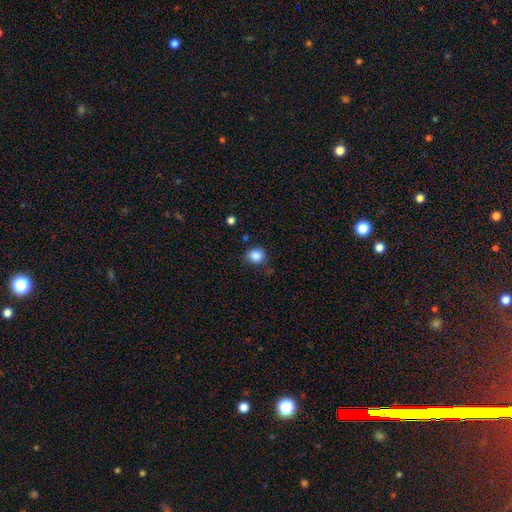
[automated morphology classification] A smooth galaxy with no disk features (86%) that is round (82%).

Vote fractions:
- Smooth or featured? smooth: 86% / star or artifact: 10% / featured or disk: 4%
- How rounded? round: 82% / in between: 17% / cigar-shaped: 1%
- Merging? none: 78% / minor disturbance: 15% / major disturbance: 4% / merger: 3%